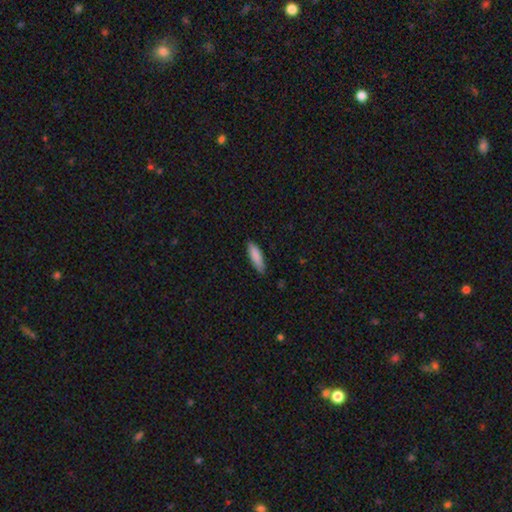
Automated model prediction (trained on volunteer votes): This is clearly a smooth galaxy (87%). How rounded: possibly cigar-shaped (55%). Merging: clearly none (84%).